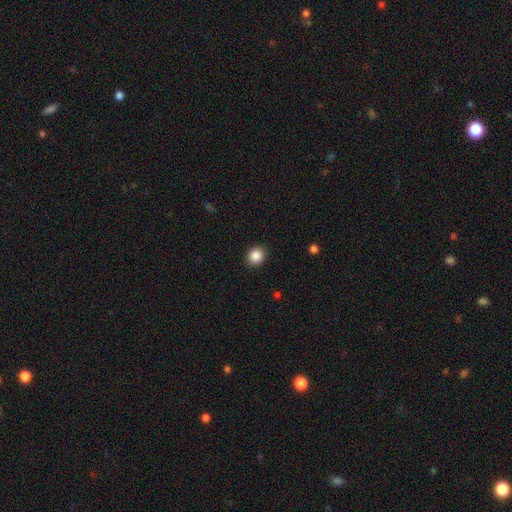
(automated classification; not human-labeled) smooth-or-featured: smooth: 87% | star or artifact: 9% | featured or disk: 3%
  how-rounded: round: 73% | in between: 26% | cigar-shaped: 1%
  merging: none: 90% | minor disturbance: 7% | major disturbance: 2% | merger: 1%